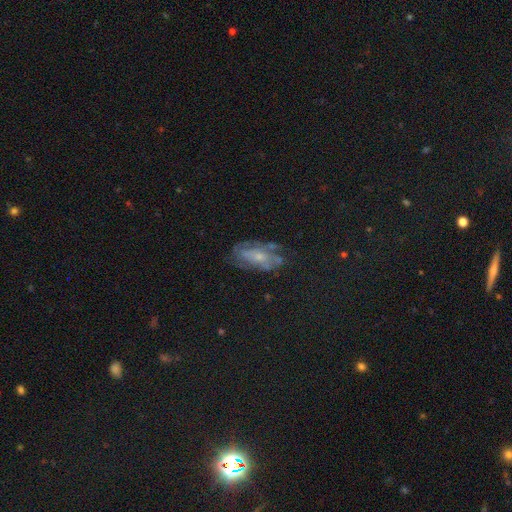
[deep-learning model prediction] smooth-or-featured: featured or disk: 42% | star or artifact: 33% | smooth: 25%
  merging: none: 64% | minor disturbance: 22% | major disturbance: 11% | merger: 3%